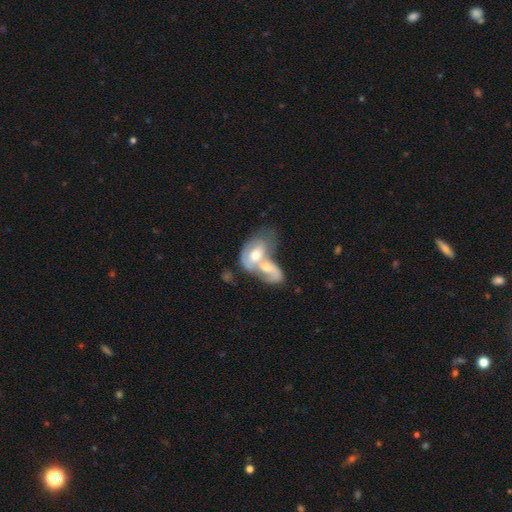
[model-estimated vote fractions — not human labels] This appears to be a featured or disk galaxy (56%) with no bar (67%), spiral arms (58%) and a moderate central bulge (66%). Merging: merger (81%).